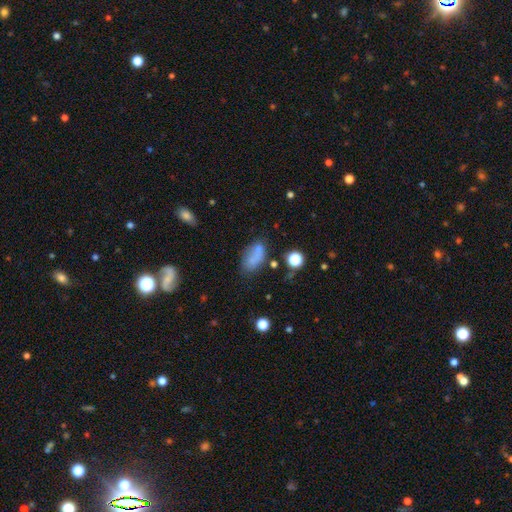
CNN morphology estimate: smooth-or-featured: smooth: 71% | featured or disk: 16% | star or artifact: 13%
  how-rounded: in between: 88% | round: 8% | cigar-shaped: 4%
  merging: none: 47% | minor disturbance: 24% | merger: 16% | major disturbance: 13%